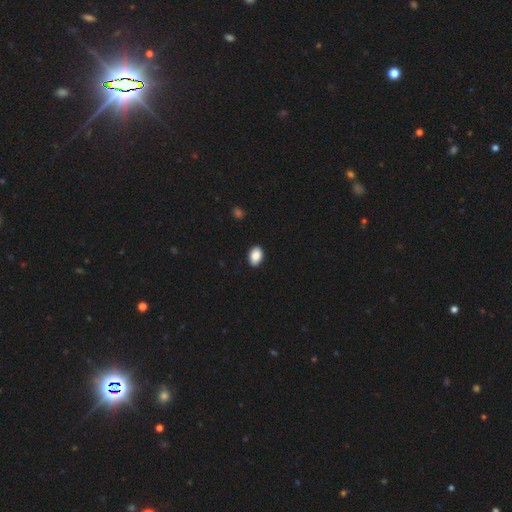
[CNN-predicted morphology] This appears to be a smooth galaxy with no disk features (89%) that is in between round and cigar-shaped (88%). Merging: none (90%).